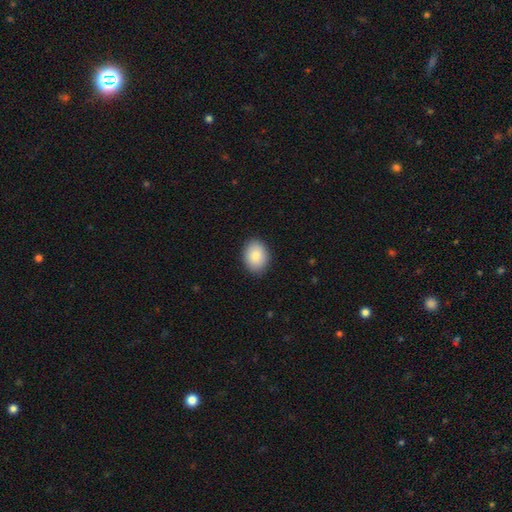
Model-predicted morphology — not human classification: Q: Smooth or featured?
A: smooth (84%); runner-up: featured or disk (9%)
Q: How rounded?
A: in between (64%); runner-up: round (35%)
Q: Merging?
A: none (88%); runner-up: minor disturbance (9%)